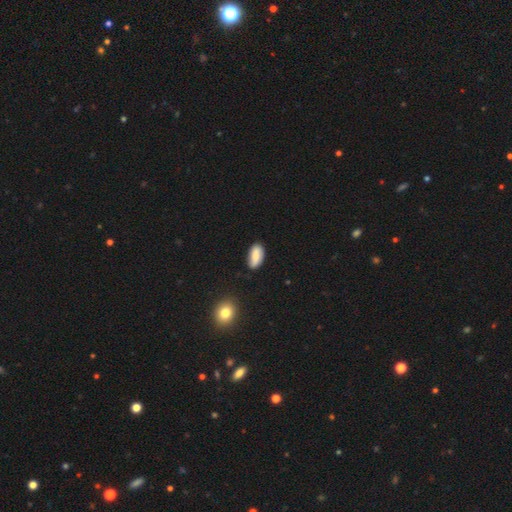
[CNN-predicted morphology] Smooth or featured? smooth (73%)
How rounded? in between (91%)
Merging? none (78%)